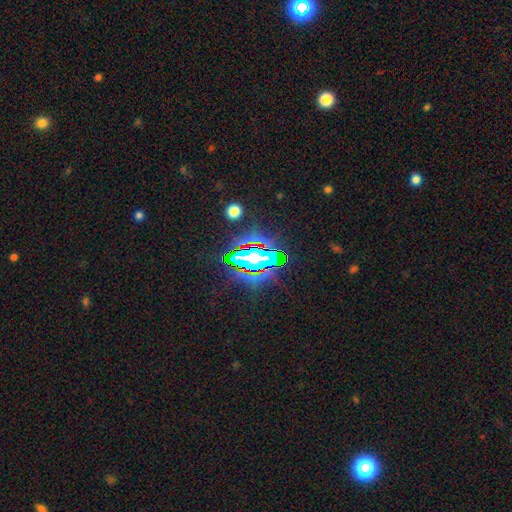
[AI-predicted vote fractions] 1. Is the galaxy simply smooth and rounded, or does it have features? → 66% star or artifact, 19% smooth, 15% featured or disk.